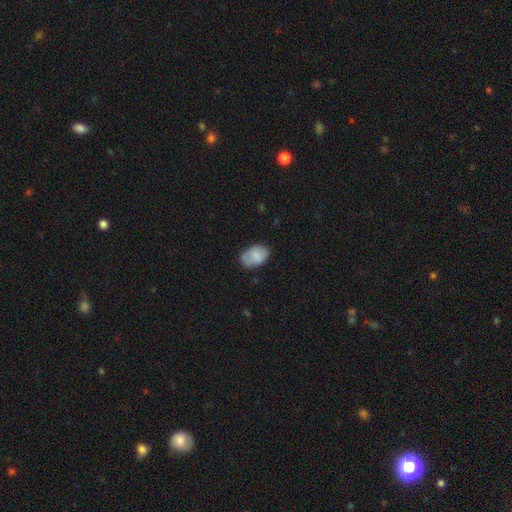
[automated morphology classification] Overall: smooth (76%). How rounded: in between (87%). Merging: none (66%).